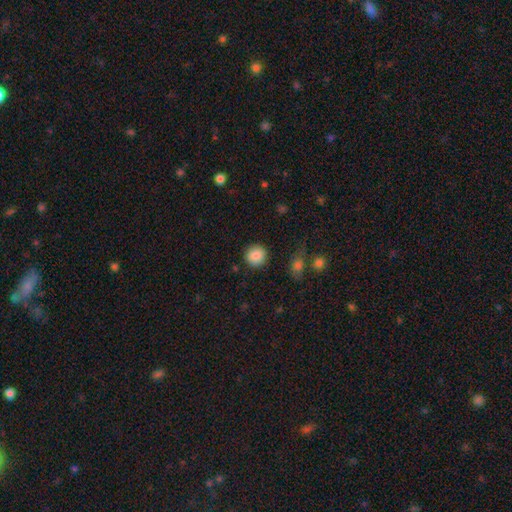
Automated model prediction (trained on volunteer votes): Morphology: type=smooth (87%); roundness=round (93%); merging=none (89%).